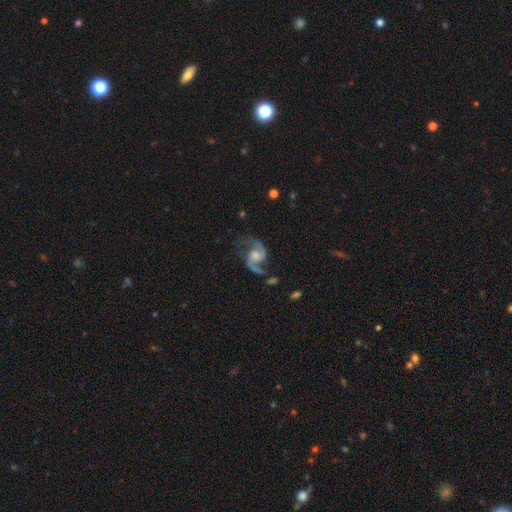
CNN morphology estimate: Smooth or featured?
  - featured or disk: 89% *
  - star or artifact: 5%
  - smooth: 5%
Edge-on disk?
  - no: 98% *
  - yes: 2%
Bar?
  - no: 59% *
  - weak: 34%
  - strong: 7%
Spiral arms?
  - yes: 97% *
  - no: 3%
Spiral winding?
  - loose: 47% *
  - medium: 45%
  - tight: 8%
Spiral arm count?
  - 2: 92% *
  - 1: 3%
  - can't tell: 2%
  - 3: 1%
  - 4: 1%
  - more than 4: 1%
Bulge size?
  - moderate: 46% *
  - small: 26%
  - large: 14%
  - none: 12%
  - dominant: 2%
Merging?
  - none: 62% *
  - minor disturbance: 18%
  - major disturbance: 16%
  - merger: 4%